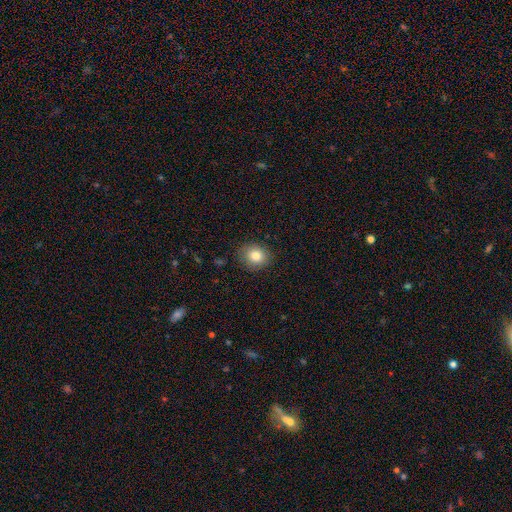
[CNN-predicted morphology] A smooth galaxy with no disk features (83%) that is round (71%).

Vote fractions:
- Smooth or featured? smooth: 83% / star or artifact: 10% / featured or disk: 8%
- How rounded? round: 71% / in between: 28% / cigar-shaped: 1%
- Merging? none: 86% / minor disturbance: 10% / major disturbance: 3% / merger: 1%